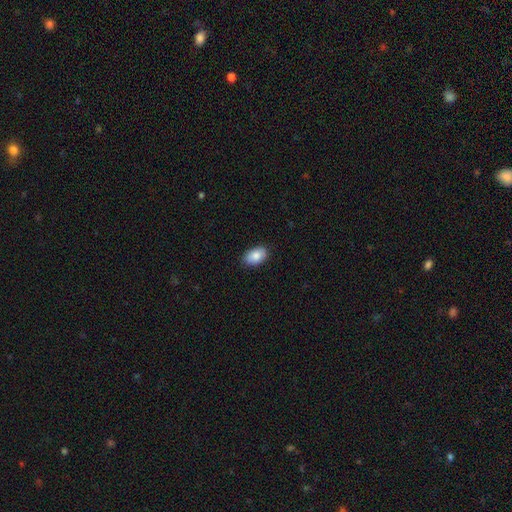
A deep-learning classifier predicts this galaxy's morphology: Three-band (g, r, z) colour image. It shows a smooth galaxy with no disk features (86%) that is in between round and cigar-shaped (91%). Merging: none (86%).